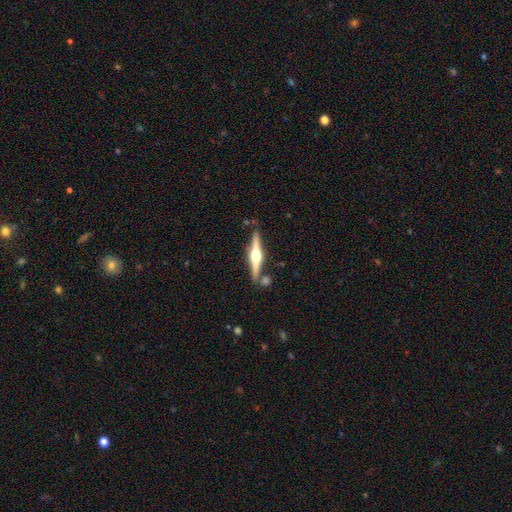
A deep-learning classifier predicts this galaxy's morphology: This appears to be a featured or disk galaxy (81%) viewed edge-on (98%) with a rounded central bulge (95%). Merging: none (81%).